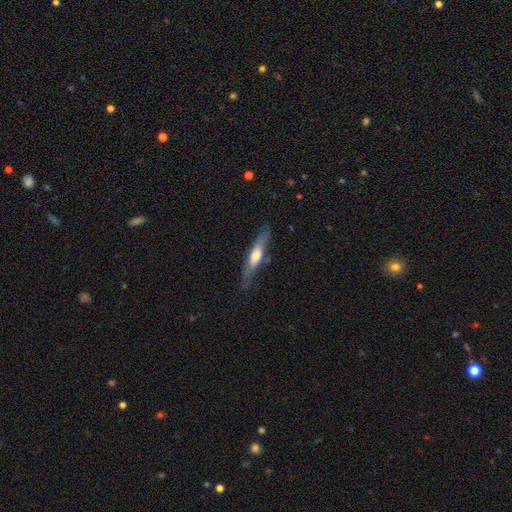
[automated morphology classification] This appears to be a featured or disk galaxy (51%) viewed edge-on (80%). Merging: none (73%).